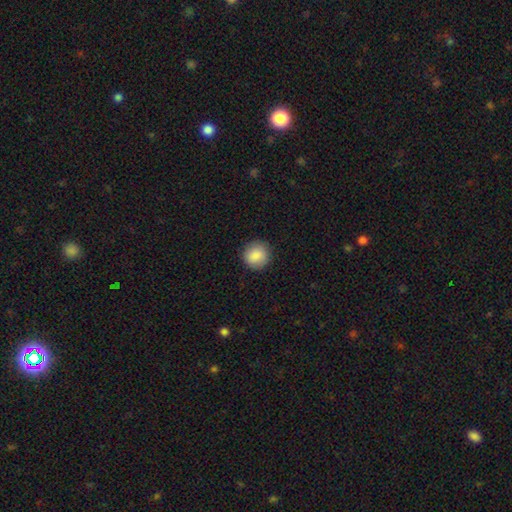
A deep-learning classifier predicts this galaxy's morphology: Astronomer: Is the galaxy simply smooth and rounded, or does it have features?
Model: smooth — 87%.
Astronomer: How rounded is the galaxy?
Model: round — 93%.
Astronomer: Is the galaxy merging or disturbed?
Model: none — 90%.